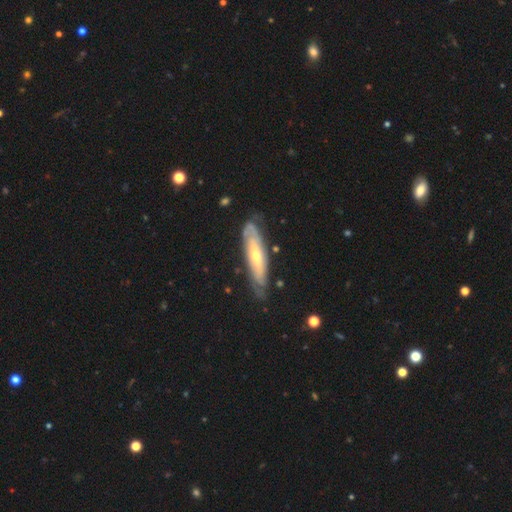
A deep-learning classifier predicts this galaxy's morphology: A featured or disk galaxy (73%). Merging: none (74%).